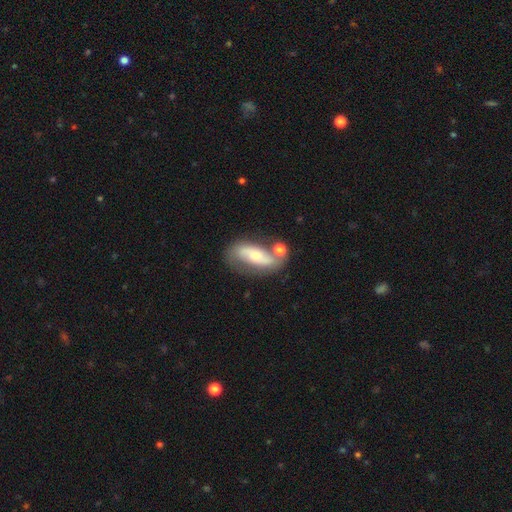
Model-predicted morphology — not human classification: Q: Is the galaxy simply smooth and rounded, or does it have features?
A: featured or disk — 62%.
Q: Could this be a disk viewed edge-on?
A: no — 85%.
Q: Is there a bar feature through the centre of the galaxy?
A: no — 56%.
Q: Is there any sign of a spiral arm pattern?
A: yes — 67%.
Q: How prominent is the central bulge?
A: moderate — 56%.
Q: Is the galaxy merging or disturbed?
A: none — 56%.